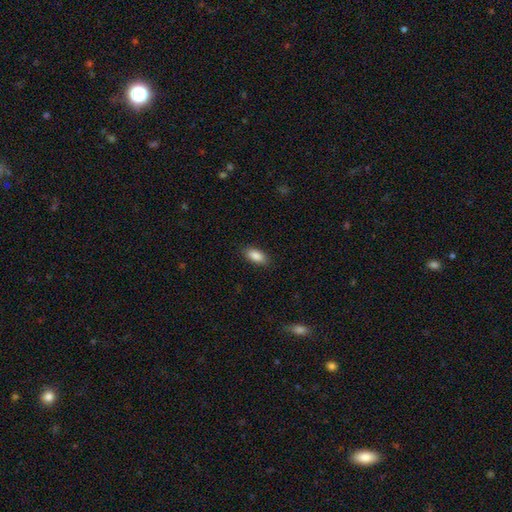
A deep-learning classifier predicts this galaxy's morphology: A smooth galaxy with no disk features (88%) that is in between round and cigar-shaped (88%).

Vote fractions:
- Smooth or featured? smooth: 88% / star or artifact: 7% / featured or disk: 5%
- How rounded? in between: 88% / cigar-shaped: 9% / round: 3%
- Merging? none: 87% / minor disturbance: 9% / major disturbance: 2% / merger: 1%